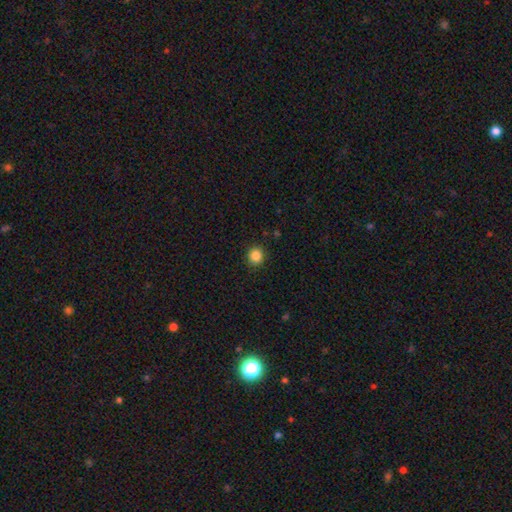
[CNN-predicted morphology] Q: Smooth or featured?
A: smooth (85%); runner-up: star or artifact (11%)
Q: How rounded?
A: round (90%); runner-up: in between (10%)
Q: Merging?
A: none (91%); runner-up: minor disturbance (6%)